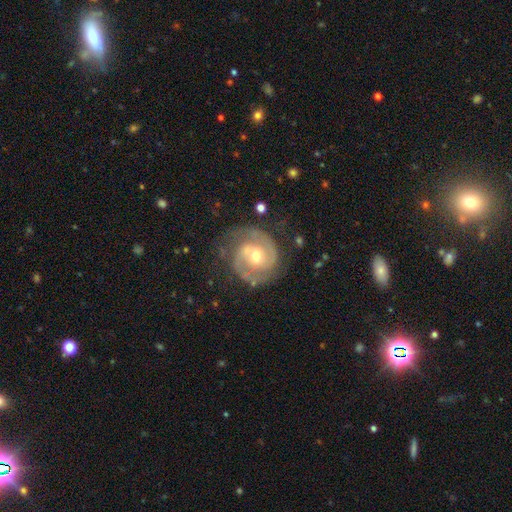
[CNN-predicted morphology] A featured or disk galaxy (87%) with no bar (51%), 2 (82%) tight (50%) spiral arms (96%) and a moderate central bulge (59%).

Vote fractions:
- Smooth or featured? featured or disk: 87% / smooth: 8% / star or artifact: 5%
- Edge-on disk? no: 98% / yes: 2%
- Bar? no: 51% / weak: 39% / strong: 10%
- Spiral arms? yes: 96% / no: 4%
- Spiral winding? tight: 50% / medium: 41% / loose: 9%
- Spiral arm count? 2: 82% / can't tell: 7% / 3: 5% / 1: 3% / 4: 2% / more than 4: 2%
- Bulge size? moderate: 59% / small: 36% / large: 3% / none: 1% / dominant: 1%
- Merging? none: 72% / minor disturbance: 18% / major disturbance: 8% / merger: 2%